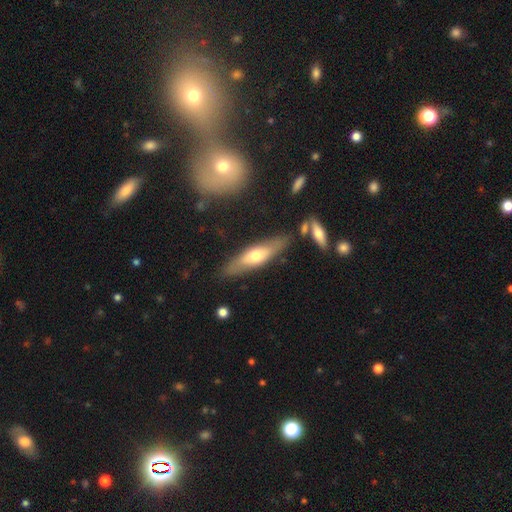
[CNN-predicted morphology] Q: Smooth or featured?
A: smooth (48%); runner-up: featured or disk (46%)
Q: Merging?
A: none (82%); runner-up: minor disturbance (12%)